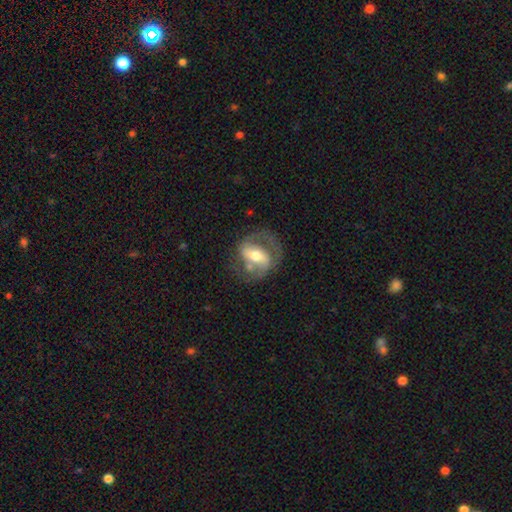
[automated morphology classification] Smooth or featured: featured or disk — 76% (smooth — 19%)
Edge-on disk: no — 95% (yes — 5%)
Bar: strong — 46% (weak — 34%)
Spiral arms: yes — 79% (no — 21%)
Spiral winding: medium — 51% (loose — 25%)
Spiral arm count: 2 — 81% (can't tell — 8%)
Bulge size: moderate — 68% (small — 17%)
Merging: none — 62% (minor disturbance — 19%)